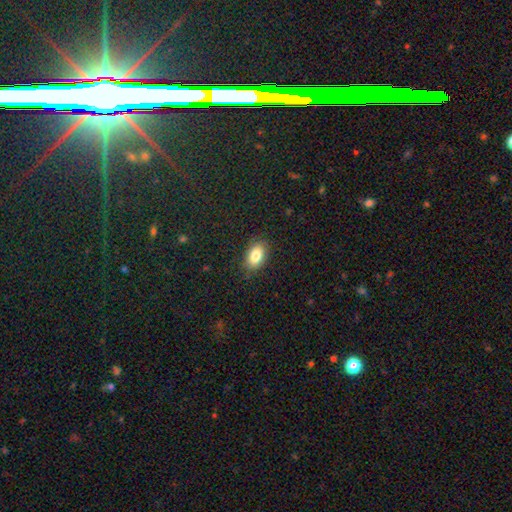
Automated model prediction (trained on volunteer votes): smooth_or_featured: smooth (p=0.84) [alt: featured or disk p=0.08]
how_rounded: in between (p=0.91) [alt: round p=0.07]
merging: none (p=0.86) [alt: minor disturbance p=0.10]